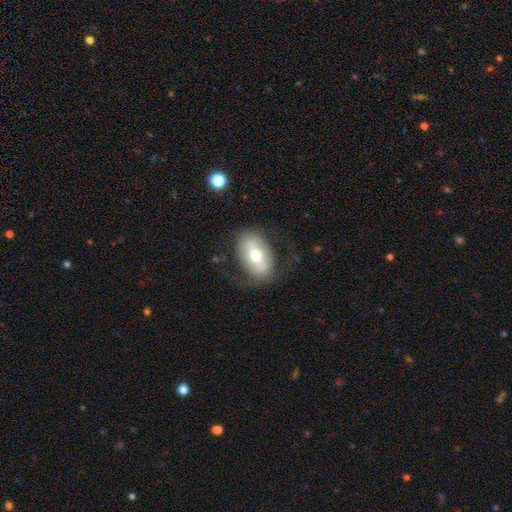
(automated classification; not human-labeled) Q: Smooth or featured?
A: smooth (52%); runner-up: featured or disk (40%)
Q: How rounded?
A: in between (88%); runner-up: round (10%)
Q: Merging?
A: none (75%); runner-up: minor disturbance (16%)